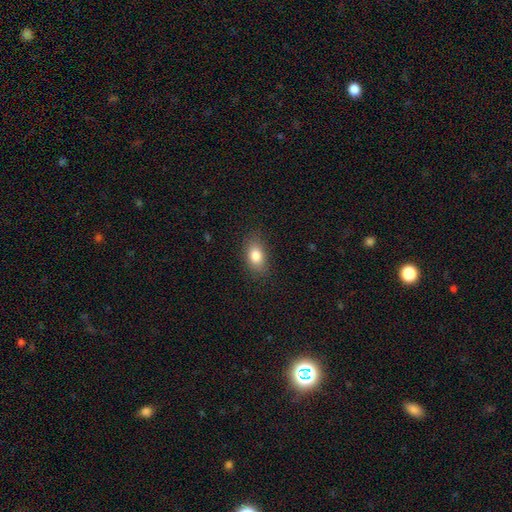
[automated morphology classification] Overall: smooth (82%). How rounded: in between (85%). Merging: none (83%).